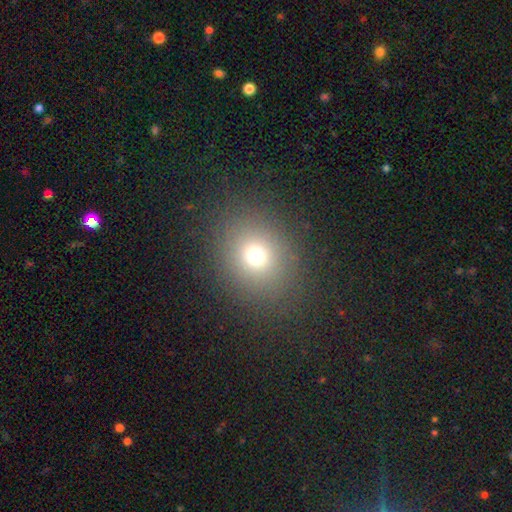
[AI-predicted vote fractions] A smooth galaxy with no disk features (70%) that is round (73%).

Vote fractions:
- Smooth or featured? smooth: 70% / star or artifact: 19% / featured or disk: 11%
- How rounded? round: 73% / in between: 26% / cigar-shaped: 1%
- Merging? none: 85% / minor disturbance: 8% / major disturbance: 5% / merger: 1%